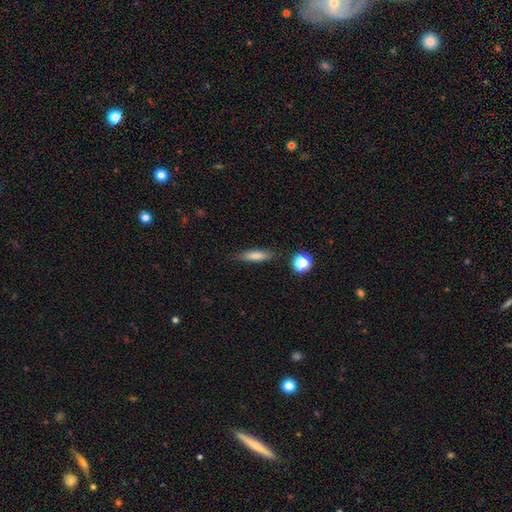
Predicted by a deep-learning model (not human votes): This is likely a smooth galaxy (79%). How rounded: likely cigar-shaped (69%). Merging: clearly none (81%).